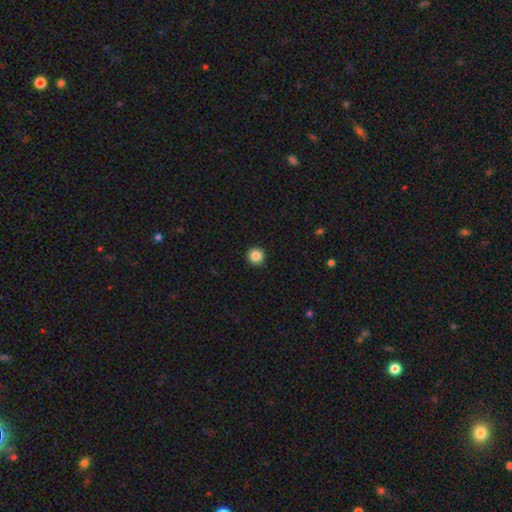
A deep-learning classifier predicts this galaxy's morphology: This is clearly a smooth galaxy (86%). How rounded: clearly round (96%). Merging: clearly none (92%).